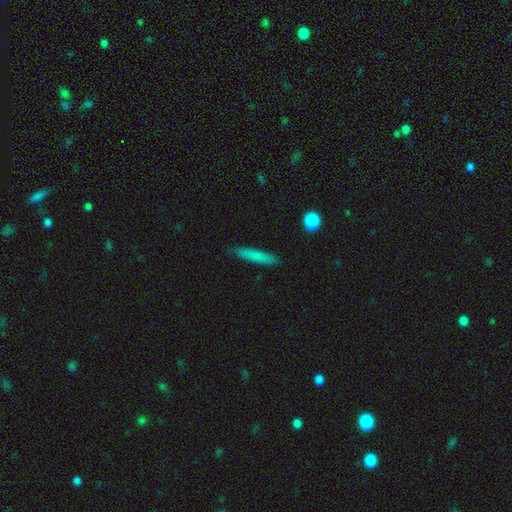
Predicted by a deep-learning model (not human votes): Smooth or featured?
  - smooth: 76% *
  - featured or disk: 17%
  - star or artifact: 7%
How rounded?
  - cigar-shaped: 89% *
  - in between: 9%
  - round: 2%
Merging?
  - none: 85% *
  - minor disturbance: 11%
  - major disturbance: 2%
  - merger: 1%